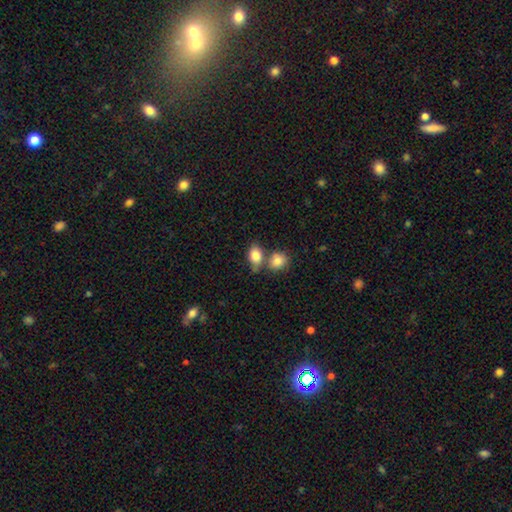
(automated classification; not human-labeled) Smooth or featured? Predicted: smooth (p=0.83). How rounded? Predicted: in between (p=0.76). Merging? Predicted: none (p=0.46).